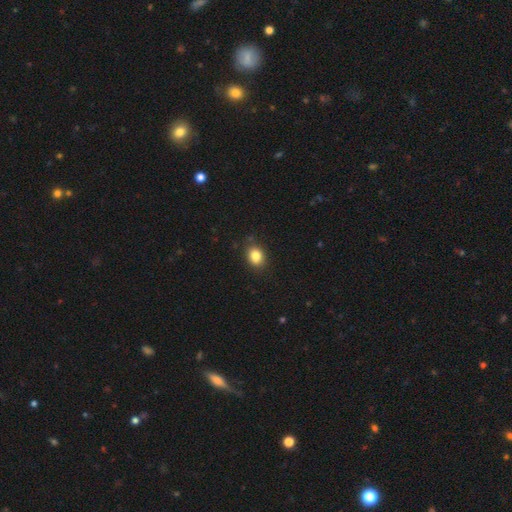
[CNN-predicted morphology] Smooth or featured?
  - smooth: 84% *
  - star or artifact: 10%
  - featured or disk: 6%
How rounded?
  - in between: 57% *
  - round: 42%
  - cigar-shaped: 1%
Merging?
  - none: 85% *
  - minor disturbance: 12%
  - major disturbance: 2%
  - merger: 2%